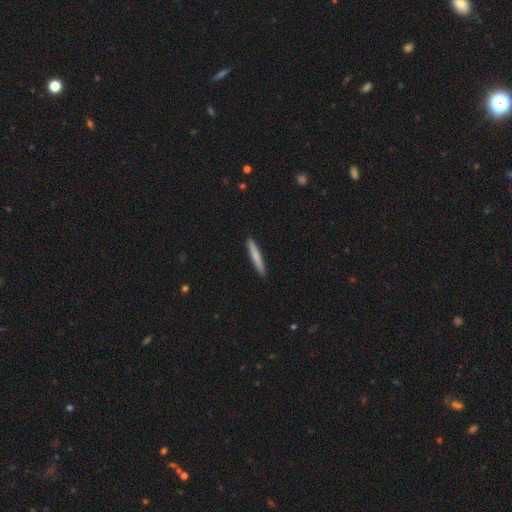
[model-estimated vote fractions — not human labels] The model was most divided on "smooth or featured": smooth: 73%, featured or disk: 21%, star or artifact: 5%. More confident: how rounded — cigar-shaped (95%); merging — none (91%).